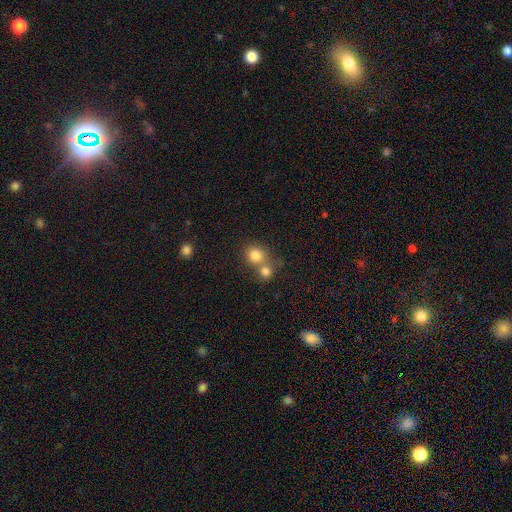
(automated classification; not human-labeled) smooth-or-featured: smooth: 81% | star or artifact: 11% | featured or disk: 8%
  how-rounded: round: 84% | in between: 15% | cigar-shaped: 1%
  merging: none: 46% | merger: 44% | minor disturbance: 7% | major disturbance: 3%